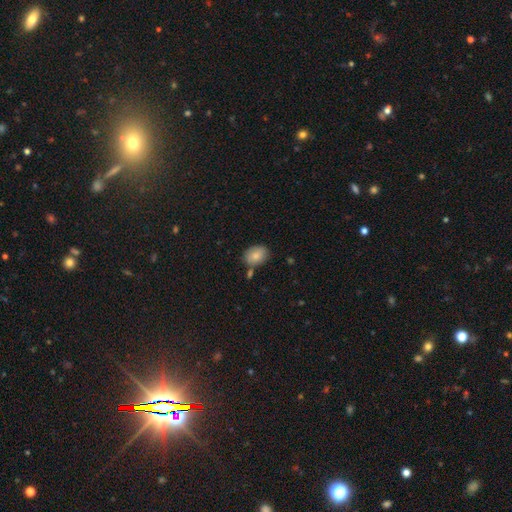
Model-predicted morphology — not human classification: Smooth or featured? smooth (84%)
How rounded? in between (78%)
Merging? none (72%)